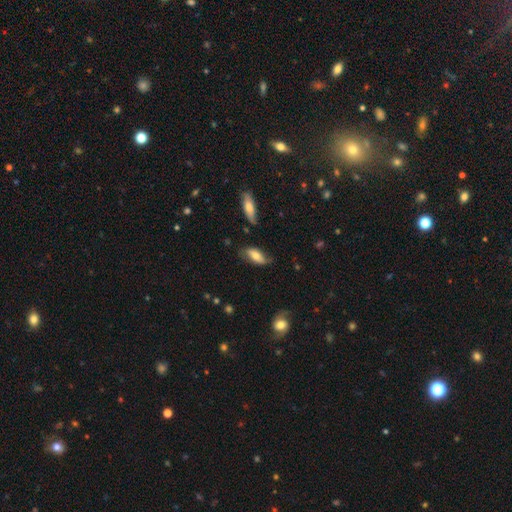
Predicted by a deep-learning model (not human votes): Smooth or featured? smooth (54%)
How rounded? in between (83%)
Merging? none (63%)